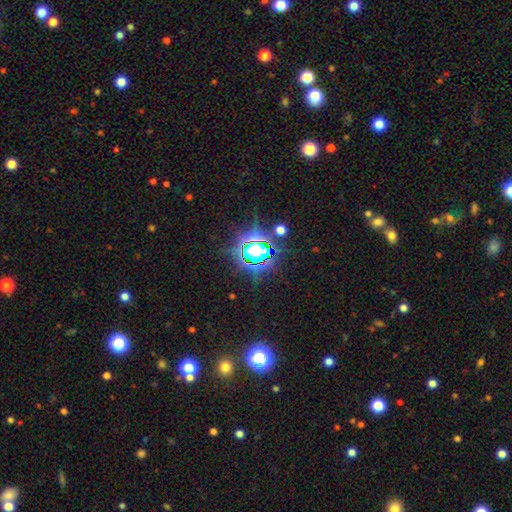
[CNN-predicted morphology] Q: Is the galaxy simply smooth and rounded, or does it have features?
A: star or artifact — 77%.